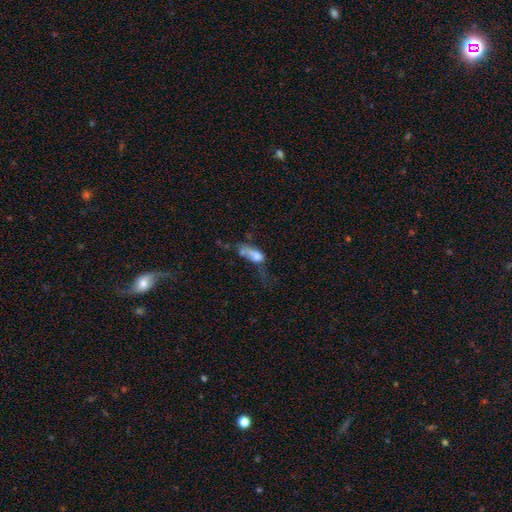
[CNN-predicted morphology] This is possibly a smooth galaxy (55%). How rounded: likely in between (72%). Merging: marginally major disturbance (41%).